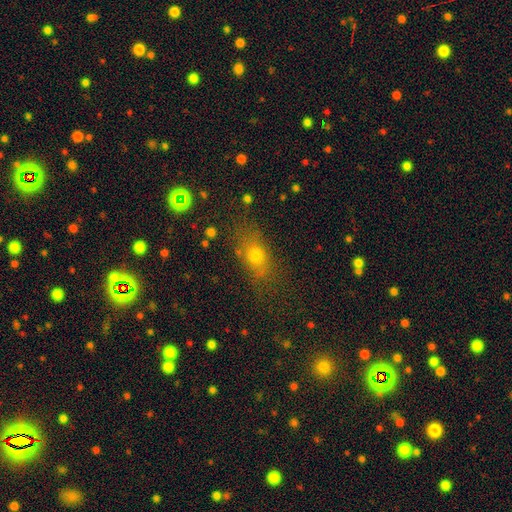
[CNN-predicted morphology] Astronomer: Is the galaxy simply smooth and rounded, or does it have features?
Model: smooth — 69%.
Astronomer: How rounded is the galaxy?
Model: in between — 65%.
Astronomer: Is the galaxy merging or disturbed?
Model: none — 74%.